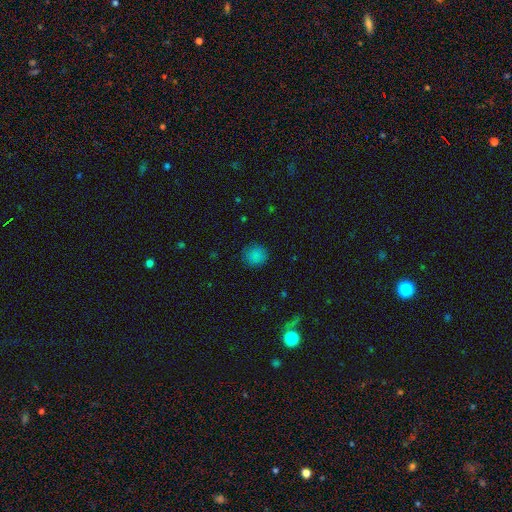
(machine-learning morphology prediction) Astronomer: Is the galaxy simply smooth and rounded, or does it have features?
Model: smooth — 84%.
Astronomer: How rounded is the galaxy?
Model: round — 91%.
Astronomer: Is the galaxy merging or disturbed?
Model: none — 88%.